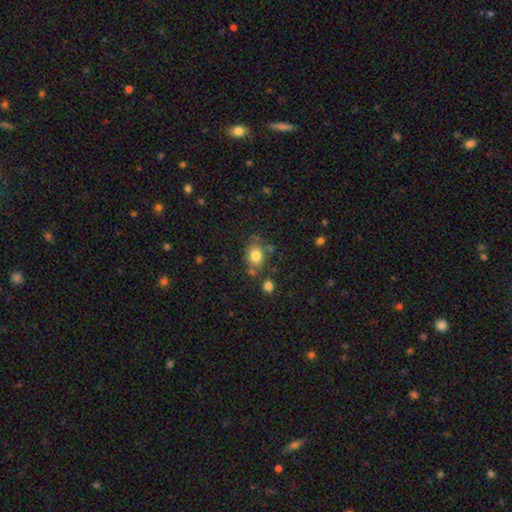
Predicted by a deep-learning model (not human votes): Morphology: type=smooth (79%); roundness=in between (53%); merging=none (65%).